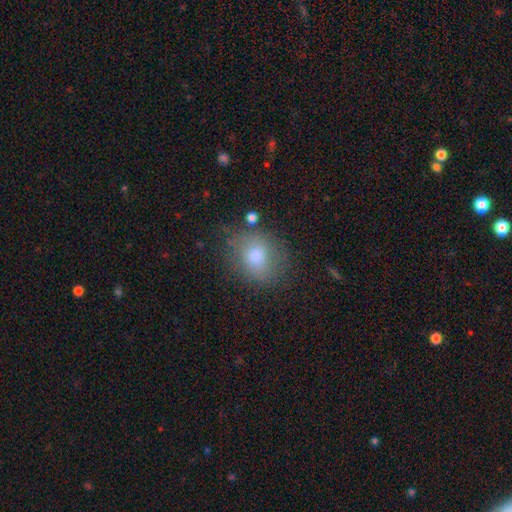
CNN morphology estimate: Smooth or featured? smooth (75%)
How rounded? round (58%)
Merging? none (71%)